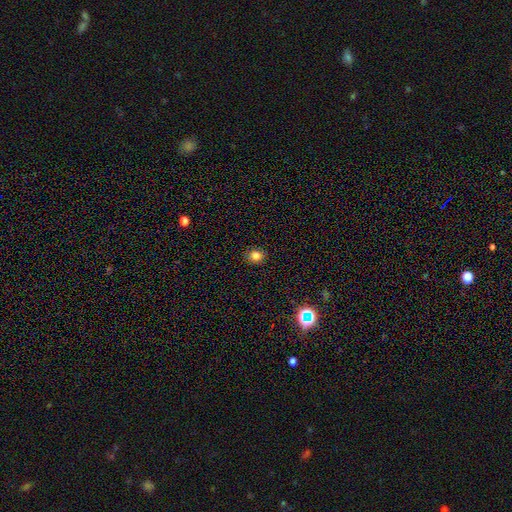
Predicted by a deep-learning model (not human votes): A smooth galaxy with no disk features (81%) that is round (67%).

Vote fractions:
- Smooth or featured? smooth: 81% / star or artifact: 14% / featured or disk: 6%
- How rounded? round: 67% / in between: 32% / cigar-shaped: 1%
- Merging? none: 89% / minor disturbance: 8% / major disturbance: 2% / merger: 1%